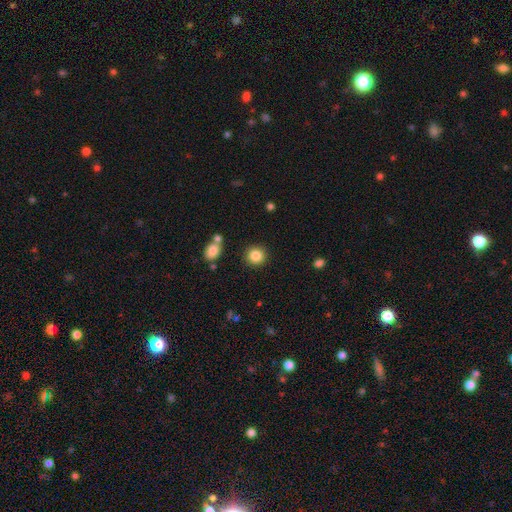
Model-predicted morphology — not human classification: smooth-or-featured: smooth: 85% | star or artifact: 10% | featured or disk: 5%
  how-rounded: round: 91% | in between: 8% | cigar-shaped: 1%
  merging: none: 88% | minor disturbance: 6% | merger: 3% | major disturbance: 3%